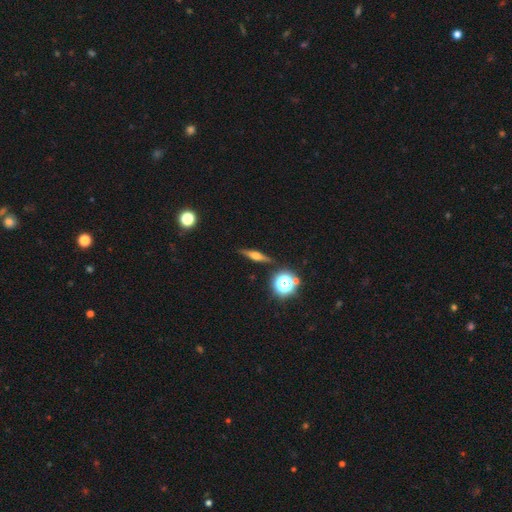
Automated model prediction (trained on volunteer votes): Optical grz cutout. It shows a featured or disk galaxy (54%) viewed edge-on (94%) with a rounded central bulge (87%). Merging: none (87%).